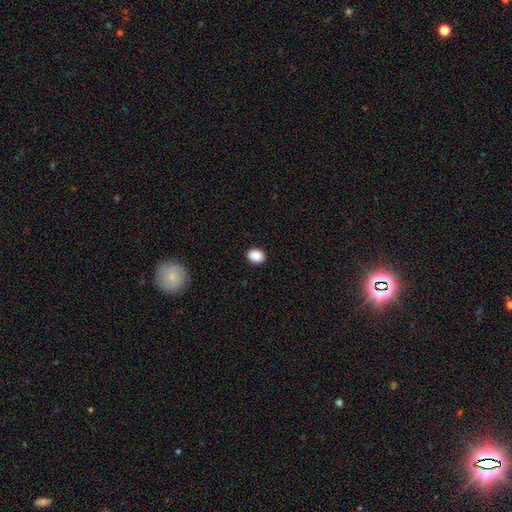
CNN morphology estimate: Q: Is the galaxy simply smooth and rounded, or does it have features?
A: smooth — 90%.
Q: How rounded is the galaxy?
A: in between — 64%.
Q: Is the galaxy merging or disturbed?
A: none — 90%.